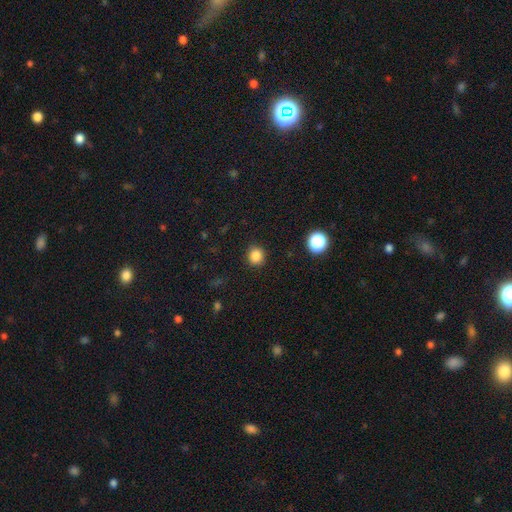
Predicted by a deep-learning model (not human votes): smooth_or_featured: smooth (p=0.85) [alt: star or artifact p=0.12]
how_rounded: round (p=0.87) [alt: in between p=0.12]
merging: none (p=0.89) [alt: minor disturbance p=0.07]